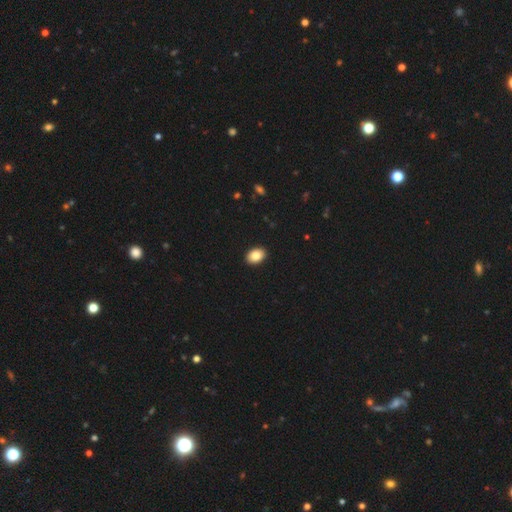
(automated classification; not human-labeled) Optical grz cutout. It shows a smooth galaxy with no disk features (85%) that is in between round and cigar-shaped (83%). Merging: none (92%).